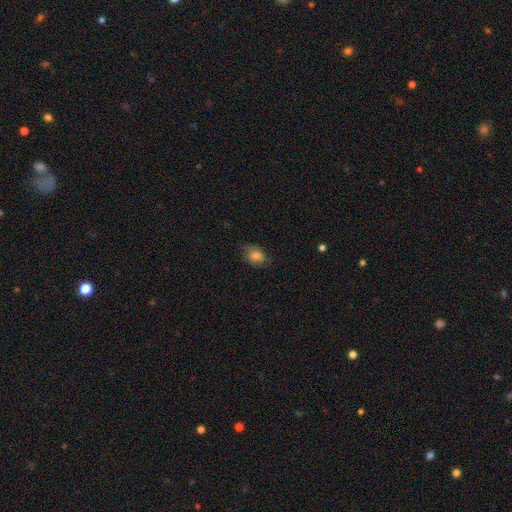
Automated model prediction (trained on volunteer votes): The model was most divided on "merging": none: 70%, minor disturbance: 22%, major disturbance: 7%, merger: 1%. More confident: smooth or featured — smooth (79%); how rounded — in between (77%).